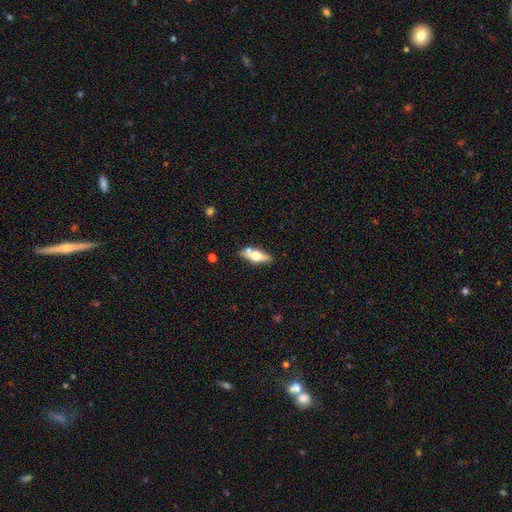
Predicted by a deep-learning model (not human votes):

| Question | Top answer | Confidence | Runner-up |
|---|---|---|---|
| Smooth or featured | smooth | 47% | tied: featured or disk (47%) |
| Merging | none | 70% | minor disturbance (14%) |